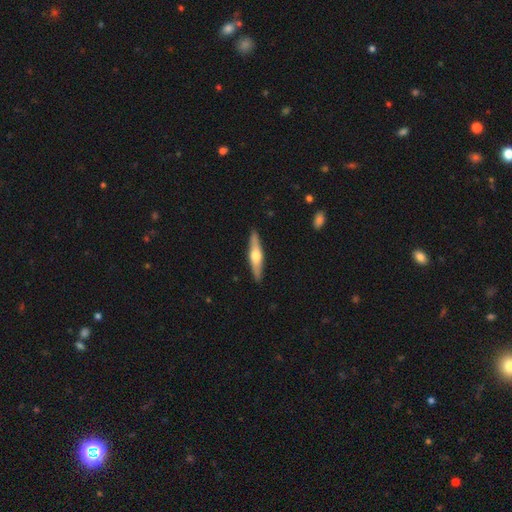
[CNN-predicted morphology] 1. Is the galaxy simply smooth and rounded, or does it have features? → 58% featured or disk, 37% smooth, 5% star or artifact.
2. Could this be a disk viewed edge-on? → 94% yes, 6% no.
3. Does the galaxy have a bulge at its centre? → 94% rounded, 3% boxy, 3% none.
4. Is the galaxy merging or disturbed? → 91% none, 7% minor disturbance, 1% major disturbance, 1% merger.